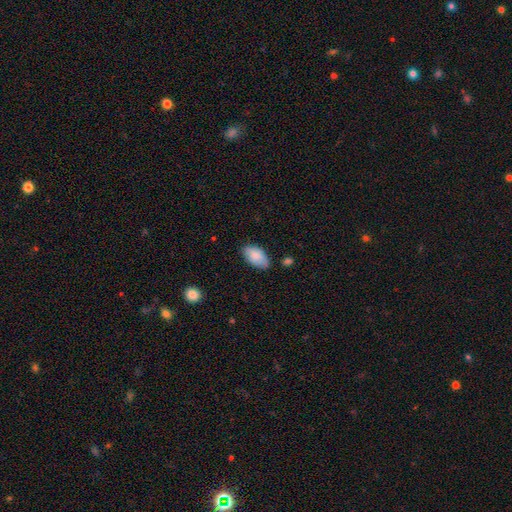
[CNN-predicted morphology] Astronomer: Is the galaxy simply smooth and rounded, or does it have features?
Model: smooth — 82%.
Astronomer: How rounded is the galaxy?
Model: in between — 94%.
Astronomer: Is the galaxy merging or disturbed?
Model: none — 72%.